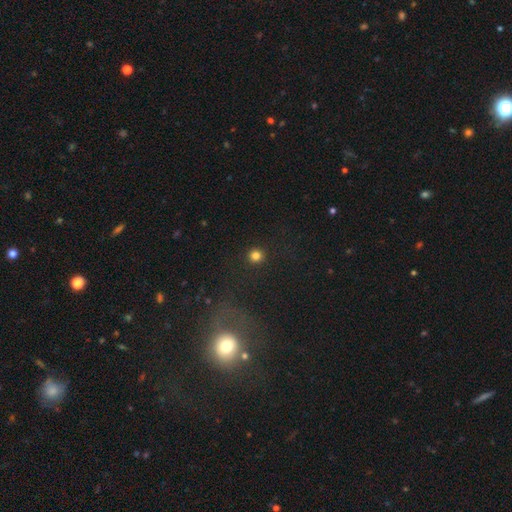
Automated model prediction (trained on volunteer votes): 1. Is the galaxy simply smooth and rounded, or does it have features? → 82% smooth, 13% star or artifact, 5% featured or disk.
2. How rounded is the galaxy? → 95% round, 4% in between, 1% cigar-shaped.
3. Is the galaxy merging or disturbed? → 92% none, 4% minor disturbance, 2% major disturbance, 1% merger.